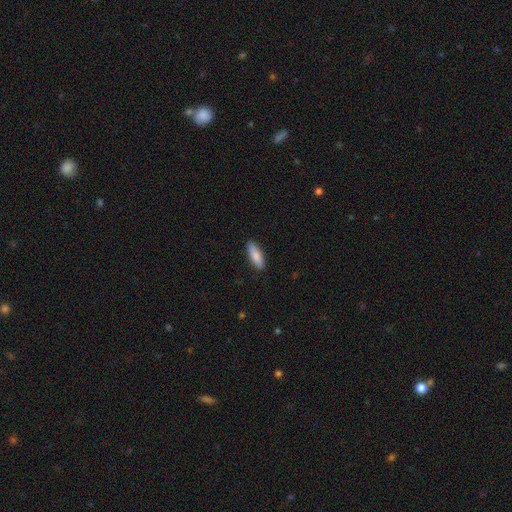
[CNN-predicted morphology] A smooth galaxy with no disk features (85%) that is in between round and cigar-shaped (58%).

Vote fractions:
- Smooth or featured? smooth: 85% / featured or disk: 10% / star or artifact: 5%
- How rounded? in between: 58% / cigar-shaped: 40% / round: 2%
- Merging? none: 89% / minor disturbance: 9% / major disturbance: 2% / merger: 1%